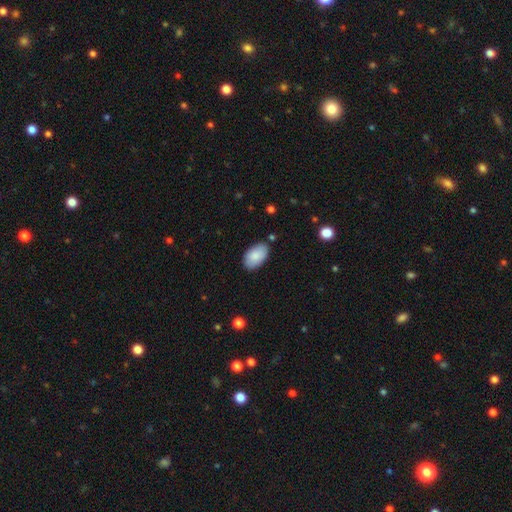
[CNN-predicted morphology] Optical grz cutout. It shows a smooth galaxy with no disk features (86%) that is in between round and cigar-shaped (95%). Merging: none (82%).